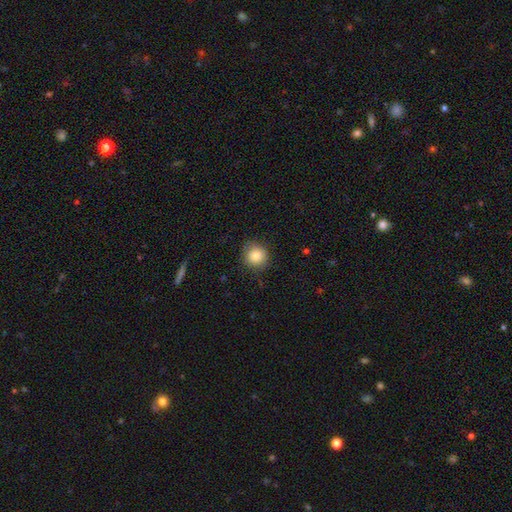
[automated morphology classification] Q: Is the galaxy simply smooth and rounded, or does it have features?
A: smooth — 82%.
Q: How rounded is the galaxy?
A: round — 91%.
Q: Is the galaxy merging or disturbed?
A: none — 84%.